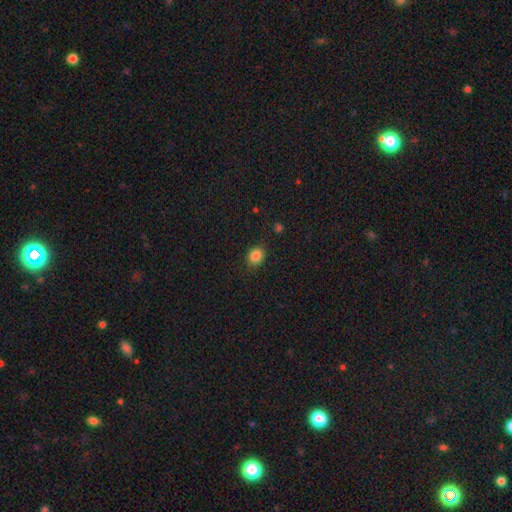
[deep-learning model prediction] Smooth or featured: smooth — 84% (star or artifact — 11%)
How rounded: round — 54% (in between — 45%)
Merging: none — 83% (minor disturbance — 13%)